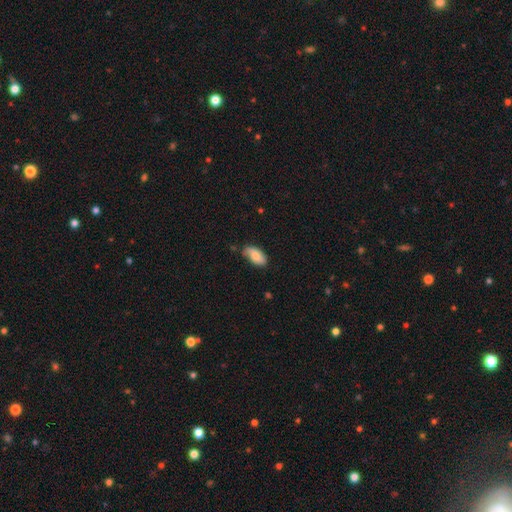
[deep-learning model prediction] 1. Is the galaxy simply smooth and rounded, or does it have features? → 70% smooth, 23% featured or disk, 7% star or artifact.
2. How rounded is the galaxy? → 93% in between, 4% cigar-shaped, 3% round.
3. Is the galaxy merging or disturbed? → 60% none, 30% minor disturbance, 7% major disturbance, 3% merger.